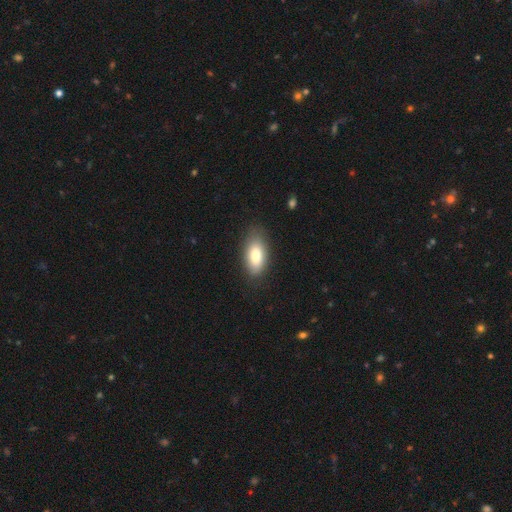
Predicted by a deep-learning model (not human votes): A smooth galaxy with no disk features (80%) that is in between round and cigar-shaped (90%). Merging: none (81%).